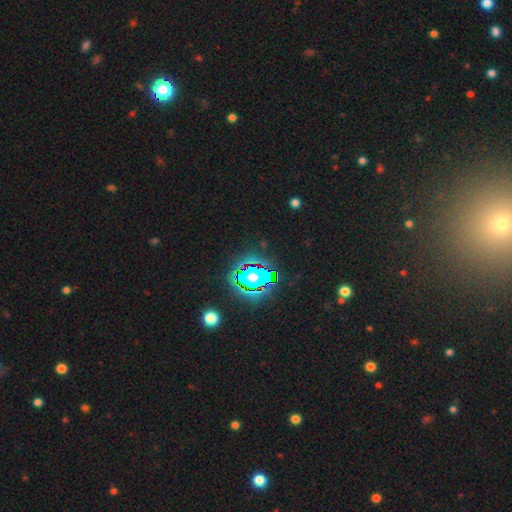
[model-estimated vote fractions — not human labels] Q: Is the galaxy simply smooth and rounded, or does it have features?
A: star or artifact — 78%.